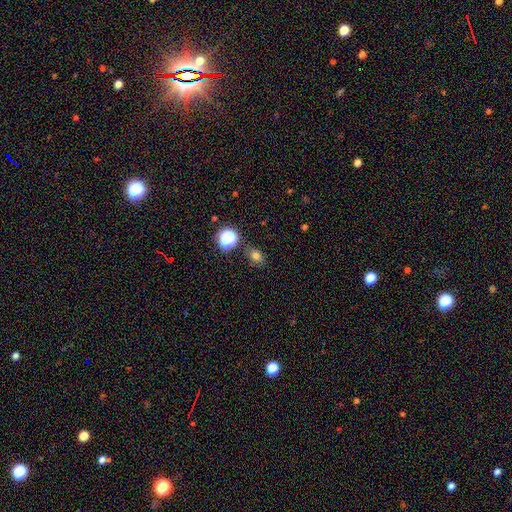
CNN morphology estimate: type=smooth (75%); roundness=in between (59%); merging=none (81%).